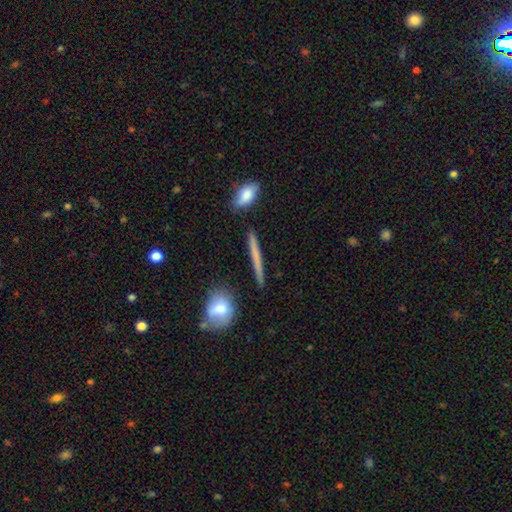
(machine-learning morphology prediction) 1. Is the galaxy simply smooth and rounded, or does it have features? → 57% smooth, 36% featured or disk, 8% star or artifact.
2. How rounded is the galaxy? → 92% cigar-shaped, 5% in between, 3% round.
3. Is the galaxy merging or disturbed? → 88% none, 8% minor disturbance, 2% merger, 2% major disturbance.